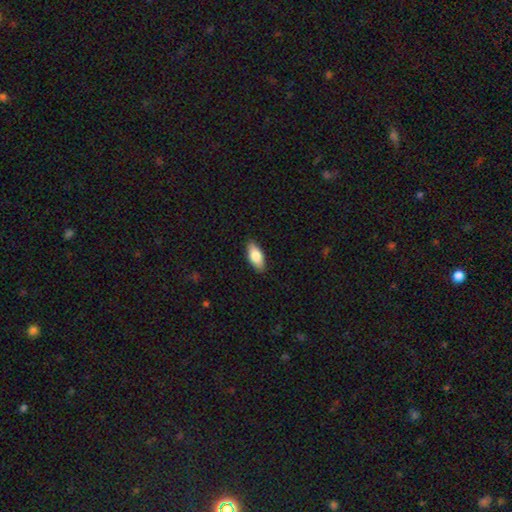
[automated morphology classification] type=smooth (79%); roundness=in between (84%); merging=none (88%).